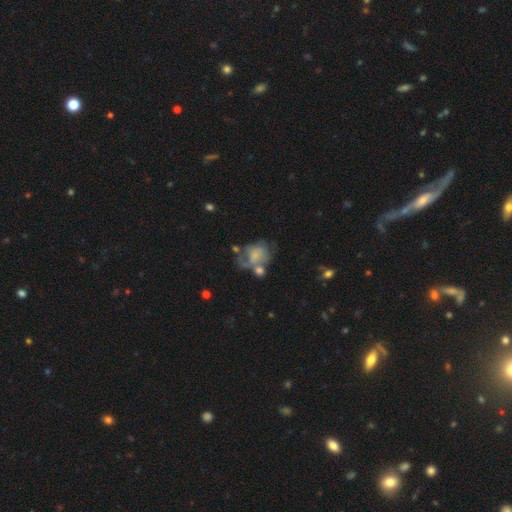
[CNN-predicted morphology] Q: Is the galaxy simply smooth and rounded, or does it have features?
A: smooth — 48%.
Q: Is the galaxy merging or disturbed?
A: major disturbance — 33%.